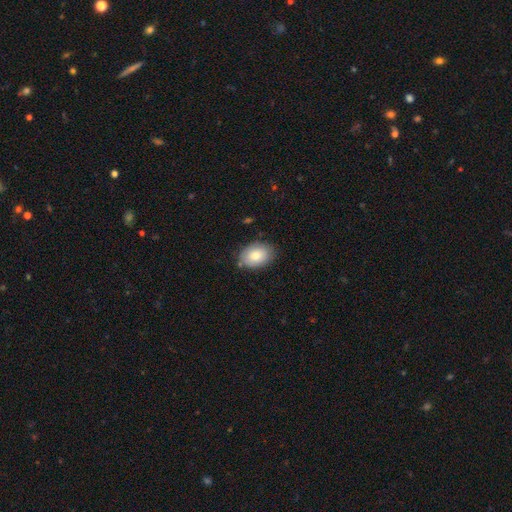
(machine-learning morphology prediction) type=smooth (80%); roundness=in between (81%); merging=none (80%).